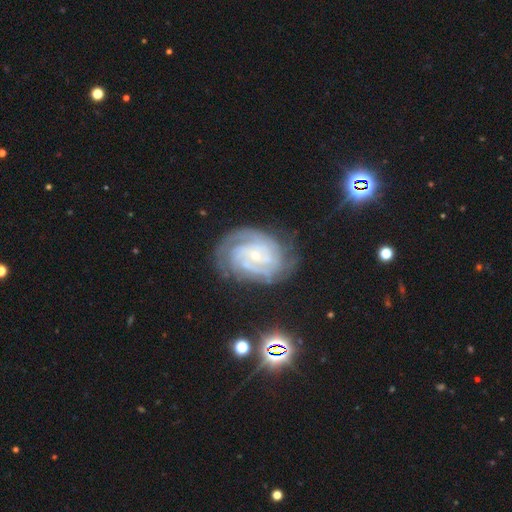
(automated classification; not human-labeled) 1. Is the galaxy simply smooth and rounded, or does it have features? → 87% featured or disk, 7% smooth, 6% star or artifact.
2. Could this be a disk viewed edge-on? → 97% no, 3% yes.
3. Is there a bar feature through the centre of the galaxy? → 63% no, 29% weak, 8% strong.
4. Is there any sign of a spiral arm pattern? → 97% yes, 3% no.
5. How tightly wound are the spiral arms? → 71% tight, 25% medium, 4% loose.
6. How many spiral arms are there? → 26% 3, 24% 2, 24% can't tell, 14% 4, 6% more than 4, 6% 1.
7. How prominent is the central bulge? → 79% small, 16% moderate, 2% none, 1% large, 1% dominant.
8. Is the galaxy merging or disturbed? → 72% none, 18% minor disturbance, 8% major disturbance, 2% merger.